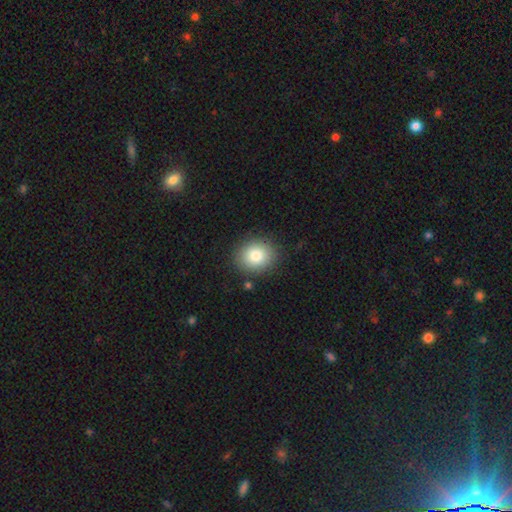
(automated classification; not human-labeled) Smooth or featured? smooth (82%)
How rounded? round (71%)
Merging? none (87%)